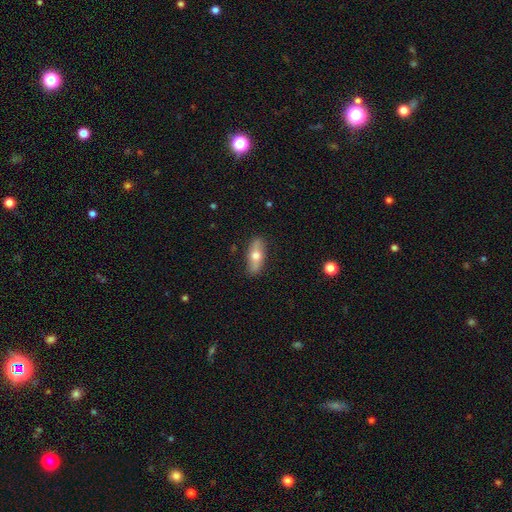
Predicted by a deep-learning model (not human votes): The model was most divided on "smooth or featured": smooth: 57%, featured or disk: 37%, star or artifact: 6%. More confident: merging — none (85%); how rounded — in between (73%).